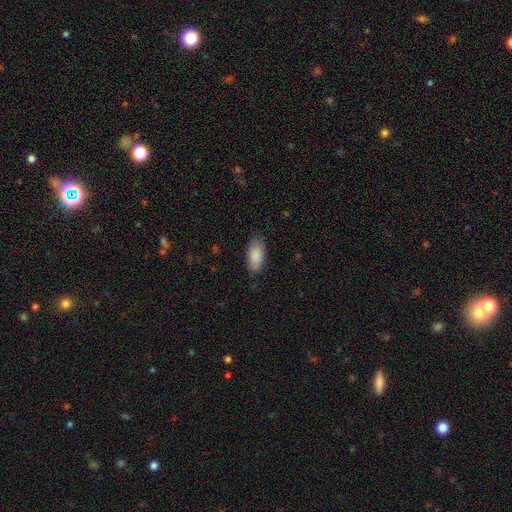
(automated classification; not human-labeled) Morphology: type=smooth (88%); roundness=in between (90%); merging=none (81%).